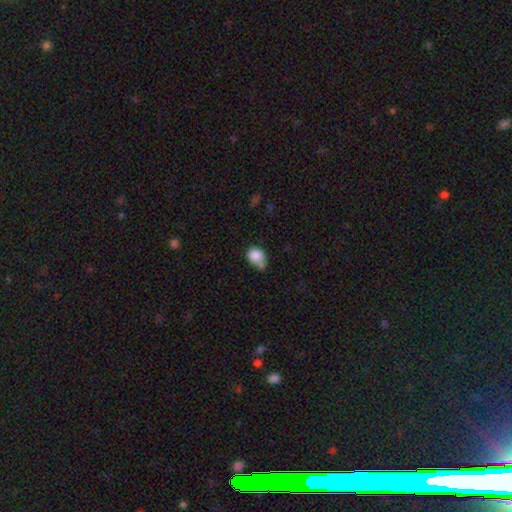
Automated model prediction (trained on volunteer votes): Morphology: type=smooth (84%); roundness=round (59%); merging=none (36%).